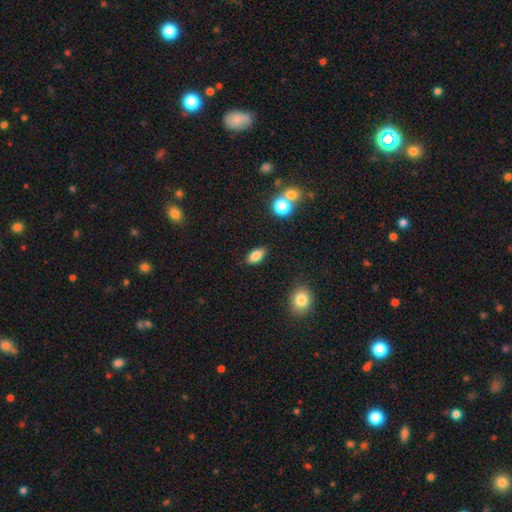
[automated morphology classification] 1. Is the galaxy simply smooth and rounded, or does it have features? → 83% smooth, 10% star or artifact, 8% featured or disk.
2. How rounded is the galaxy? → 88% in between, 6% cigar-shaped, 6% round.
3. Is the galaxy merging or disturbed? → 86% none, 10% minor disturbance, 2% major disturbance, 2% merger.